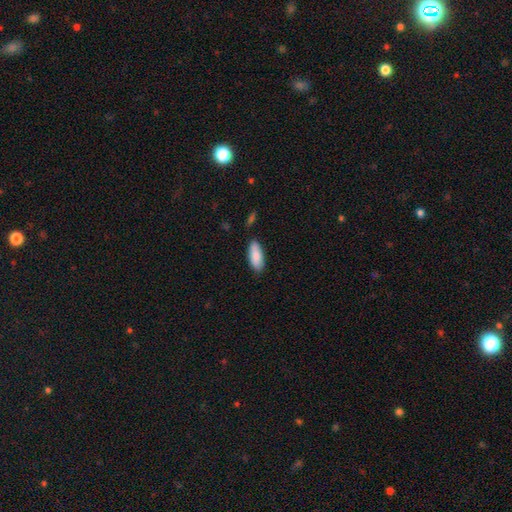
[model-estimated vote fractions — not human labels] Smooth or featured? smooth (87%)
How rounded? in between (76%)
Merging? none (84%)